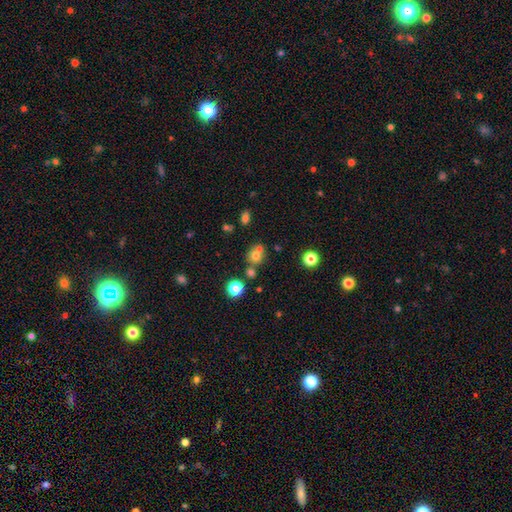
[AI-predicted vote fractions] A smooth galaxy with no disk features (68%) that is round (82%). Merging: none (53%).